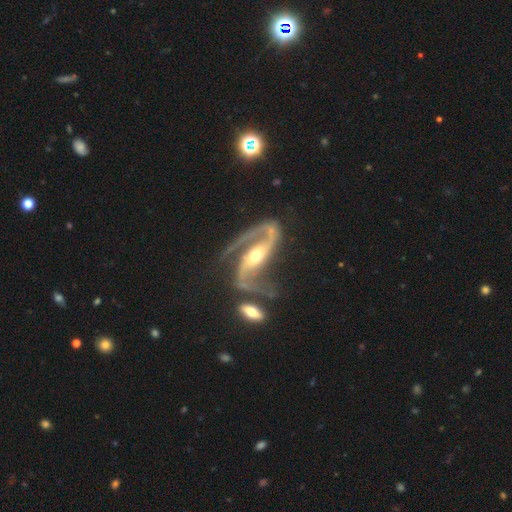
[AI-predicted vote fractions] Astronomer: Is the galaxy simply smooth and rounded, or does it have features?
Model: featured or disk — 92%.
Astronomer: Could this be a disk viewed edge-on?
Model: no — 96%.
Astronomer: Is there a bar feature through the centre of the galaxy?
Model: strong — 46% (runner-up: weak, 30%).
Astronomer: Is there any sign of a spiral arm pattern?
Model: yes — 98%.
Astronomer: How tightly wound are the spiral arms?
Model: medium — 49% (runner-up: loose, 38%).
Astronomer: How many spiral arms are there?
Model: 2 — 91%.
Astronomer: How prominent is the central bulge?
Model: moderate — 63%.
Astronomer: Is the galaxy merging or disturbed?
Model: none — 50%.